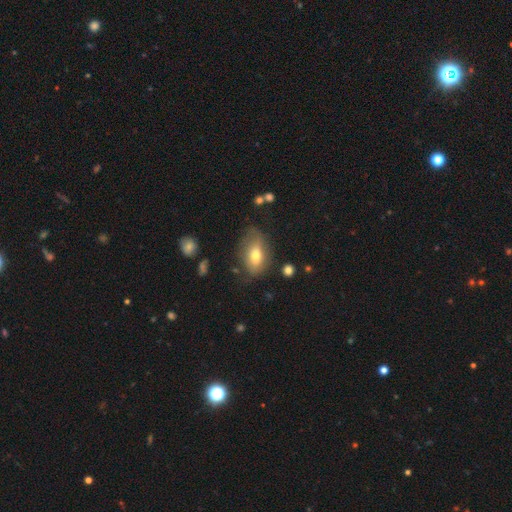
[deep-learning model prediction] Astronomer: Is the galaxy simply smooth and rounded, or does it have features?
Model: smooth — 68%.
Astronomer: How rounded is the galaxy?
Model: in between — 86%.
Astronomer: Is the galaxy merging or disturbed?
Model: none — 58%.